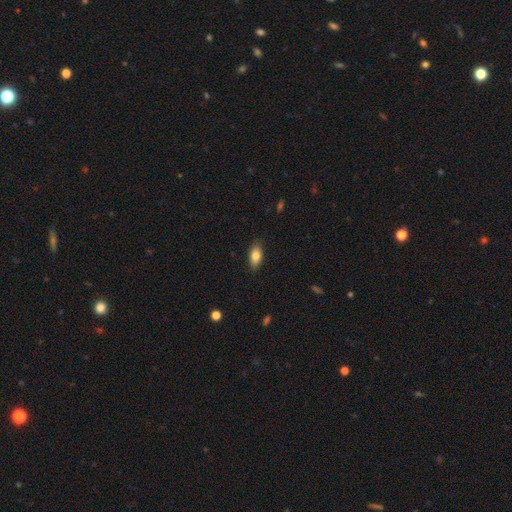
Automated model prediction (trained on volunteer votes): A smooth galaxy with no disk features (82%) that is in between round and cigar-shaped (88%).

Vote fractions:
- Smooth or featured? smooth: 82% / featured or disk: 11% / star or artifact: 7%
- How rounded? in between: 88% / cigar-shaped: 8% / round: 4%
- Merging? none: 86% / minor disturbance: 11% / major disturbance: 2% / merger: 1%